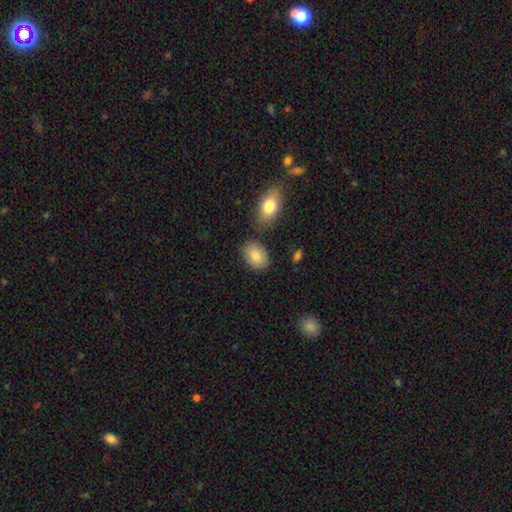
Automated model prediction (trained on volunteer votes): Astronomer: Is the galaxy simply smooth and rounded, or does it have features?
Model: smooth — 85%.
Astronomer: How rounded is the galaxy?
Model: in between — 85%.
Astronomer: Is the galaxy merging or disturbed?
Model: none — 78%.